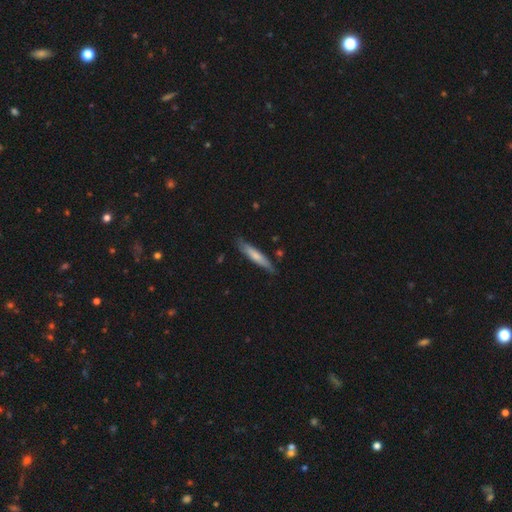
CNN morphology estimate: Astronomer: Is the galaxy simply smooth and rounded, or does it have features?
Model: smooth — 67%.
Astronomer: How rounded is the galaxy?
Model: cigar-shaped — 88%.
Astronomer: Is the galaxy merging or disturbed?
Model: none — 80%.